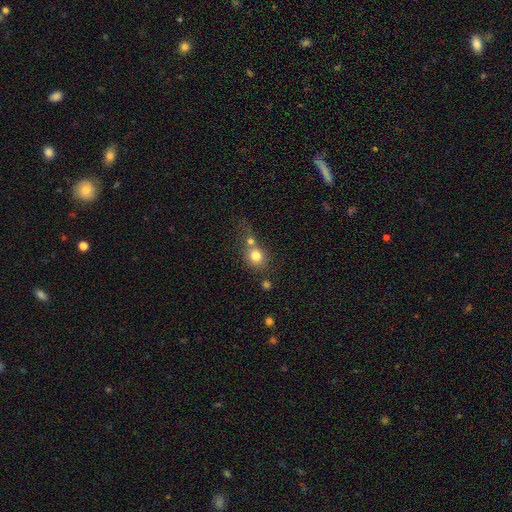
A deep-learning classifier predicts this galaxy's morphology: This appears to be a smooth galaxy with no disk features (77%) that is round (75%). Merging: merger (43%).